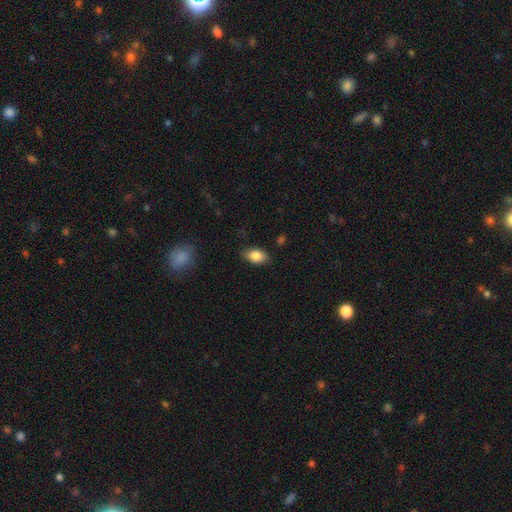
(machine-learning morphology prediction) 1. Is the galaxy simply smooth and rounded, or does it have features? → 83% smooth, 9% featured or disk, 8% star or artifact.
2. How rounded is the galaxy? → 89% in between, 9% round, 2% cigar-shaped.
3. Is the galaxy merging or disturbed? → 83% none, 13% minor disturbance, 3% major disturbance, 1% merger.